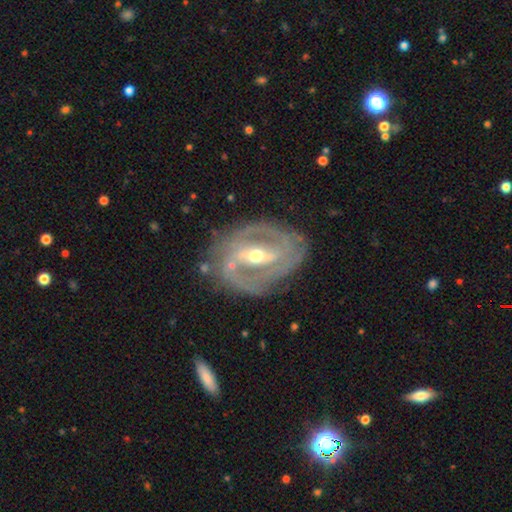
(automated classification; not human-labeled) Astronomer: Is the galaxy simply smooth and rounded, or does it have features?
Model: featured or disk — 85%.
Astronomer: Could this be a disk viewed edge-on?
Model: no — 94%.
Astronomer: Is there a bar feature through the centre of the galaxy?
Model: strong — 52% (runner-up: weak, 33%).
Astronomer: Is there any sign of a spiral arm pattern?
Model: yes — 80%.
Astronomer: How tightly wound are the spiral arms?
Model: tight — 52% (runner-up: medium, 36%).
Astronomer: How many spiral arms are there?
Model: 2 — 65%.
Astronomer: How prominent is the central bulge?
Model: moderate — 66%.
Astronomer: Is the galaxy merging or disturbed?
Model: none — 74%.